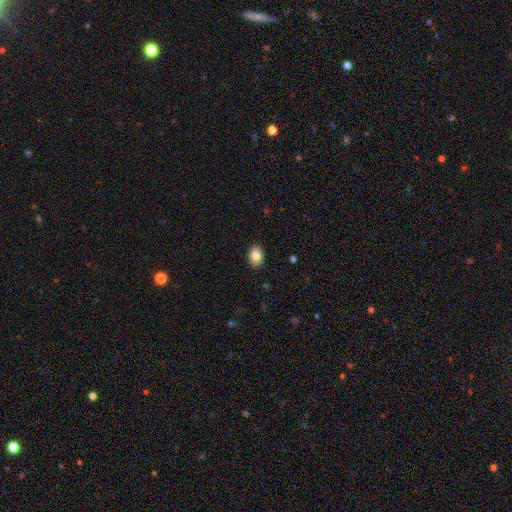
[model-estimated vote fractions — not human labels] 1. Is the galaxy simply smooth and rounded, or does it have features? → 83% smooth, 9% featured or disk, 8% star or artifact.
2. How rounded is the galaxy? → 78% in between, 21% round, 1% cigar-shaped.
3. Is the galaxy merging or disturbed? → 90% none, 7% minor disturbance, 2% major disturbance, 1% merger.